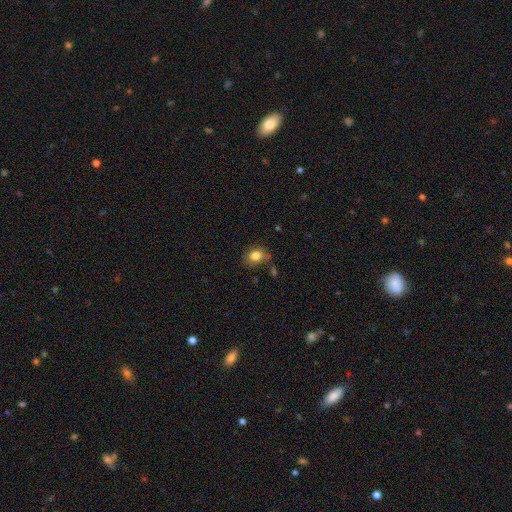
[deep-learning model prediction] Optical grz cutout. It shows a smooth galaxy with no disk features (81%) that is in between round and cigar-shaped (58%). Merging: none (66%).